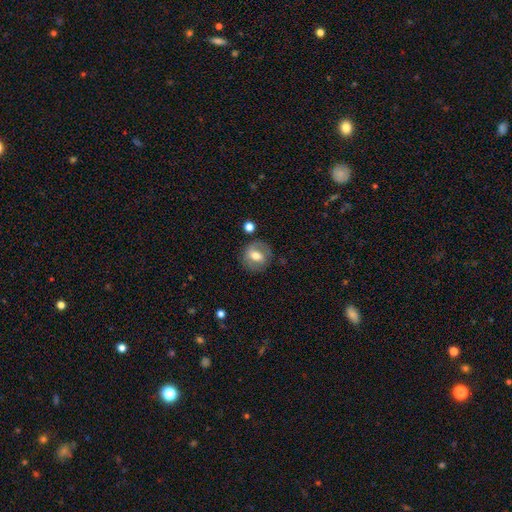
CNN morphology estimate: smooth 53%, featured or disk 39%, star or artifact 8%. Down the decision tree: how rounded — round (71%); merging — none (77%).